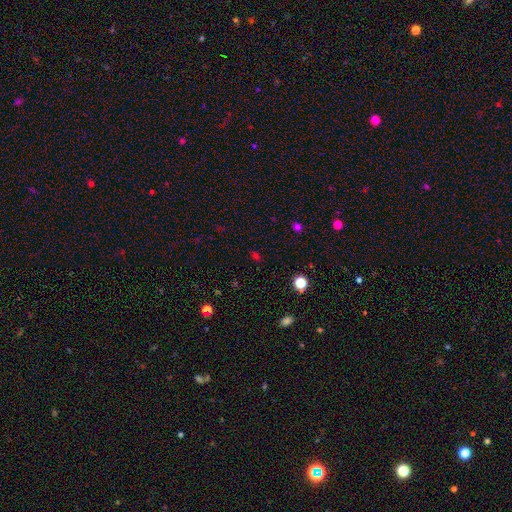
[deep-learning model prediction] The model was most divided on "smooth or featured": star or artifact: 49%, smooth: 45%, featured or disk: 7%.